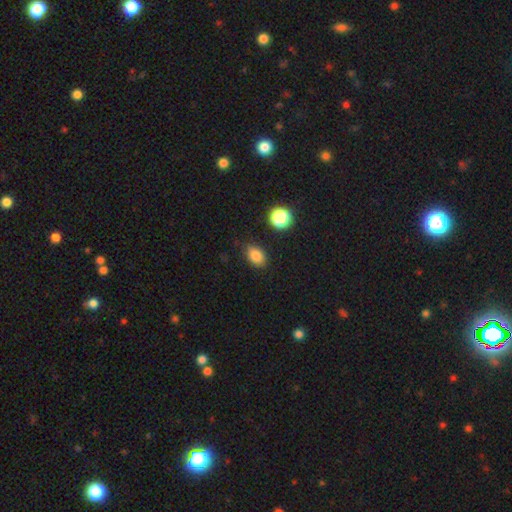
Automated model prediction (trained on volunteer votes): smooth_or_featured: smooth (p=0.83) [alt: star or artifact p=0.11]
how_rounded: in between (p=0.79) [alt: round p=0.20]
merging: none (p=0.83) [alt: minor disturbance p=0.12]